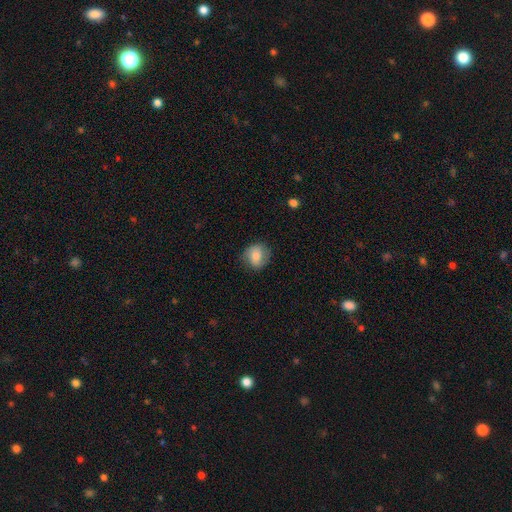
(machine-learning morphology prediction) type=smooth (71%); roundness=round (75%); merging=none (79%).